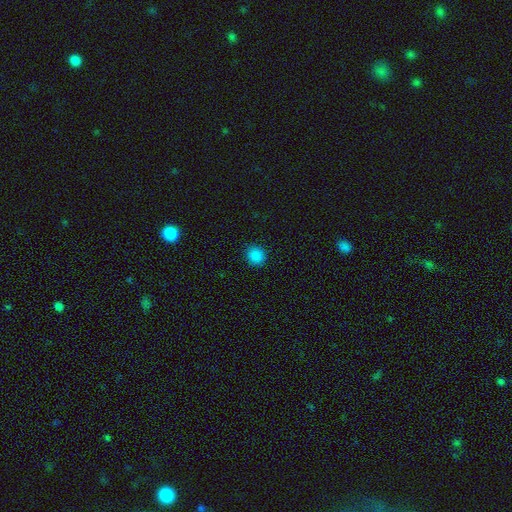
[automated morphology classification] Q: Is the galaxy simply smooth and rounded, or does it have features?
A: smooth — 85%.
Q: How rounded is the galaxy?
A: round — 85%.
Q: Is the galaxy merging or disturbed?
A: none — 90%.